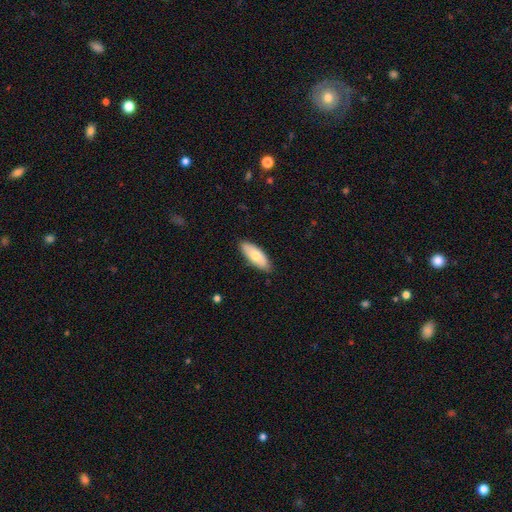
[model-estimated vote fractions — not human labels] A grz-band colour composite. It shows a smooth galaxy with no disk features (71%) that is in between round and cigar-shaped (75%). Merging: none (87%).